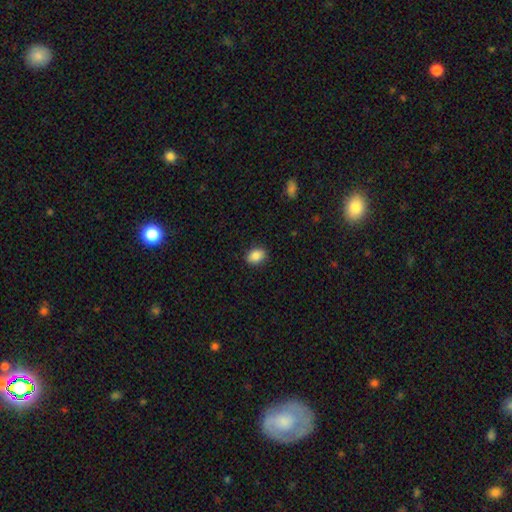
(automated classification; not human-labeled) Smooth or featured?
  - smooth: 87% *
  - star or artifact: 9%
  - featured or disk: 5%
How rounded?
  - in between: 71% *
  - round: 28%
  - cigar-shaped: 1%
Merging?
  - none: 89% *
  - minor disturbance: 8%
  - major disturbance: 2%
  - merger: 1%